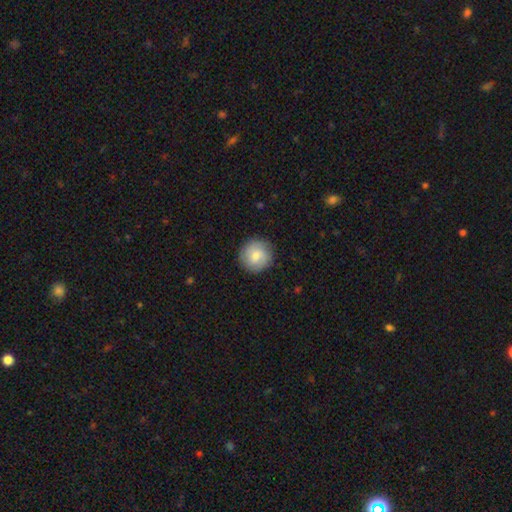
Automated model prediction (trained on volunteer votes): Smooth or featured: smooth — 71% (featured or disk — 22%)
How rounded: round — 94% (in between — 5%)
Merging: none — 88% (minor disturbance — 9%)